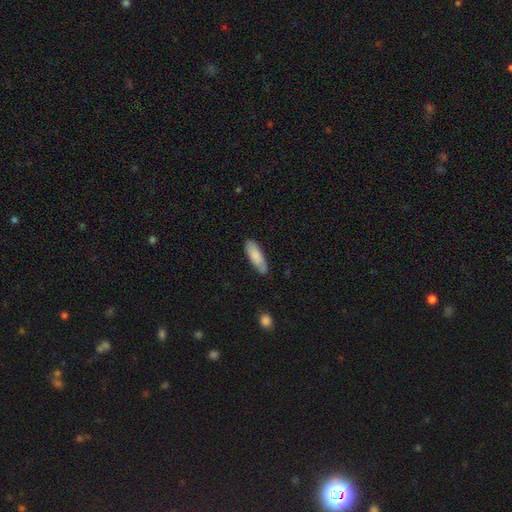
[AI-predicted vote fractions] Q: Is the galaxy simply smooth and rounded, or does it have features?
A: smooth — 83%.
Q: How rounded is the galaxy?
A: in between — 57%.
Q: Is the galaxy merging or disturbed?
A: none — 80%.